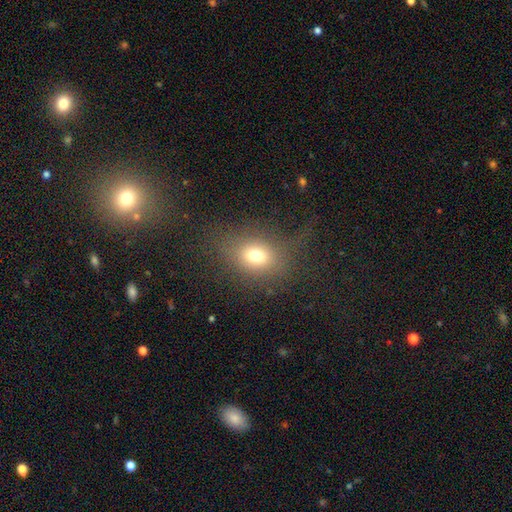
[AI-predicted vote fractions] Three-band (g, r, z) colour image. It shows a smooth galaxy with no disk features (71%) that is in between round and cigar-shaped (55%). Merging: none (68%).